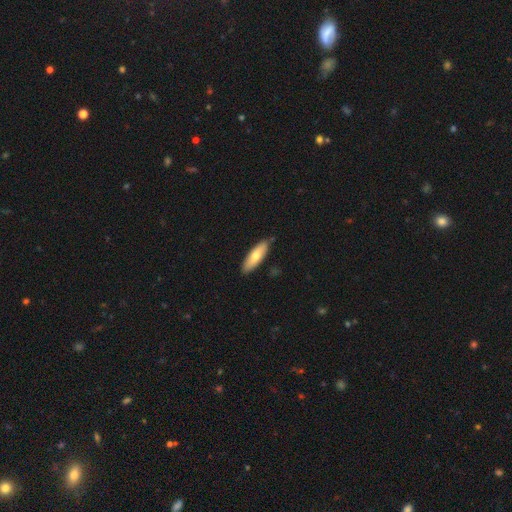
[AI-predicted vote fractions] smooth-or-featured: smooth: 69% | featured or disk: 26% | star or artifact: 6%
  how-rounded: in between: 51% | cigar-shaped: 47% | round: 2%
  merging: none: 86% | minor disturbance: 11% | major disturbance: 2% | merger: 2%